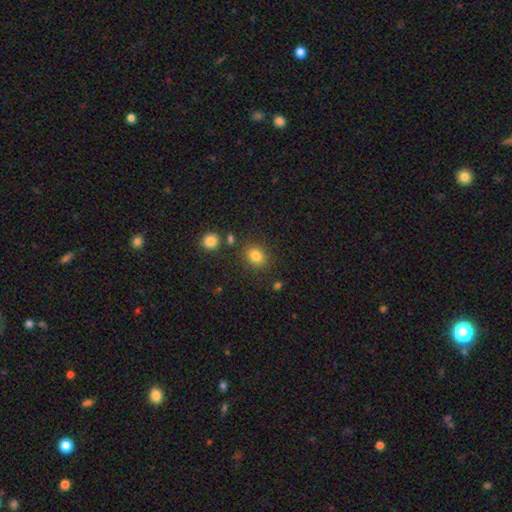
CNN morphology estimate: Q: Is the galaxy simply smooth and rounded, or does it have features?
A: smooth — 82%.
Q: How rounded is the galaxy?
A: round — 57%.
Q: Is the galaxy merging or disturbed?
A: none — 82%.